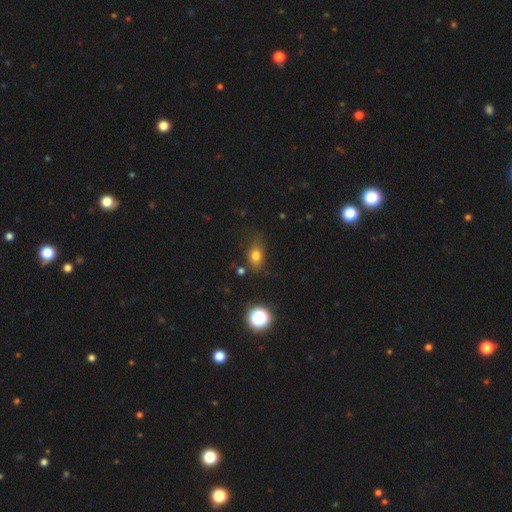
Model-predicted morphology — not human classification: This is likely a smooth galaxy (75%). How rounded: likely in between (68%). Merging: likely none (67%).